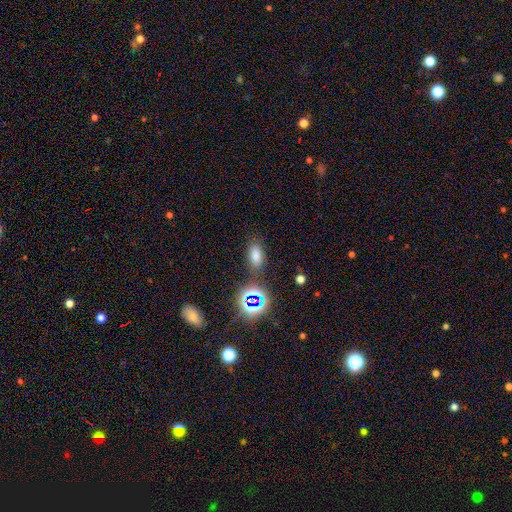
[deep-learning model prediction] Smooth or featured: smooth — 70% (star or artifact — 23%)
How rounded: in between — 87% (round — 9%)
Merging: none — 80% (minor disturbance — 11%)